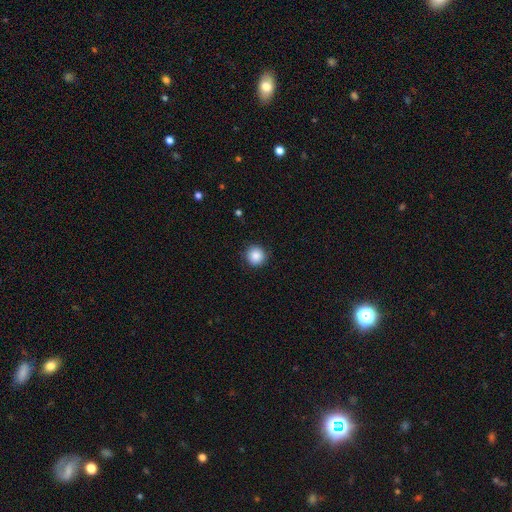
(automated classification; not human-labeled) Q: Smooth or featured?
A: smooth (87%); runner-up: star or artifact (9%)
Q: How rounded?
A: round (94%); runner-up: in between (5%)
Q: Merging?
A: none (90%); runner-up: minor disturbance (7%)